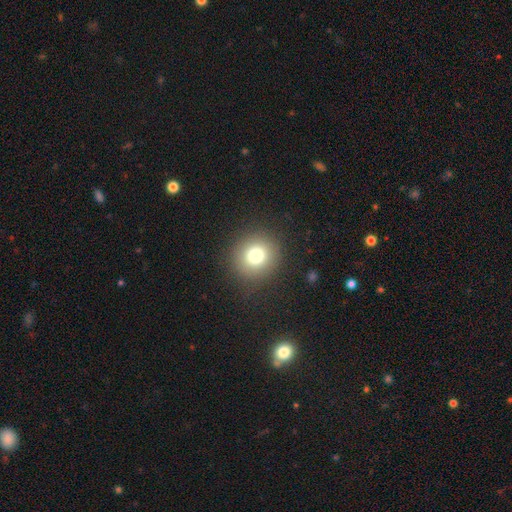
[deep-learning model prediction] This is likely a smooth galaxy (77%). How rounded: clearly round (90%). Merging: clearly none (89%).